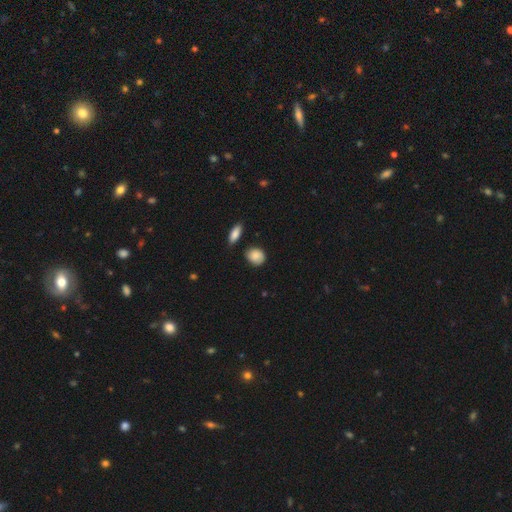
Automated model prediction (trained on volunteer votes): This appears to be a smooth galaxy with no disk features (83%) that is round (58%). Merging: none (71%).